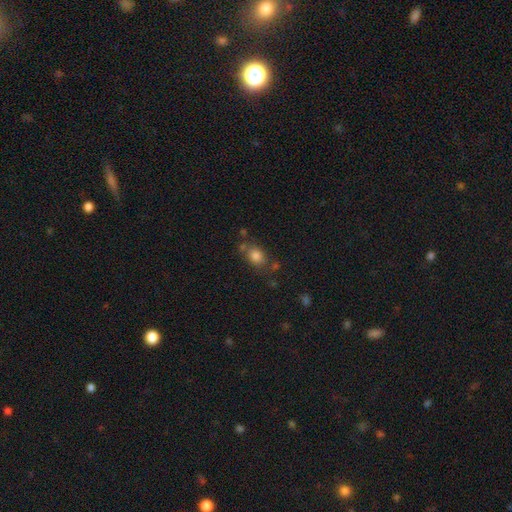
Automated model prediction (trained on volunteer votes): smooth-or-featured: smooth: 80% | star or artifact: 11% | featured or disk: 9%
  how-rounded: in between: 61% | round: 38% | cigar-shaped: 2%
  merging: none: 63% | minor disturbance: 18% | merger: 13% | major disturbance: 7%